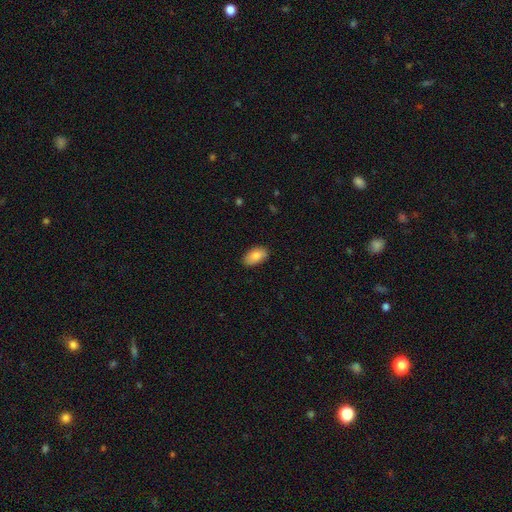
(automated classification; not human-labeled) Smooth or featured? smooth (84%)
How rounded? in between (93%)
Merging? none (86%)